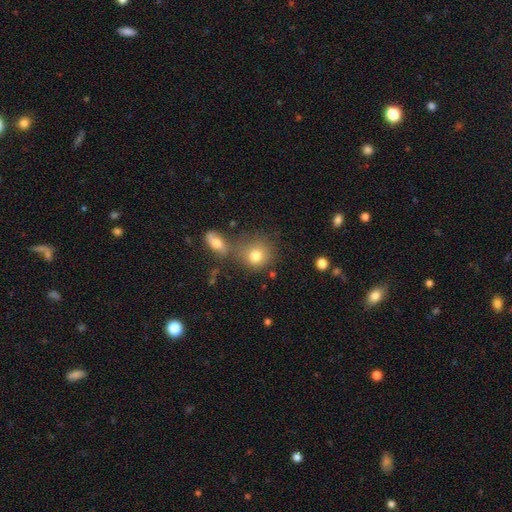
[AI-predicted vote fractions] A smooth galaxy with no disk features (78%) that is round (82%).

Vote fractions:
- Smooth or featured? smooth: 78% / featured or disk: 11% / star or artifact: 11%
- How rounded? round: 82% / in between: 17% / cigar-shaped: 1%
- Merging? none: 57% / merger: 26% / minor disturbance: 11% / major disturbance: 5%